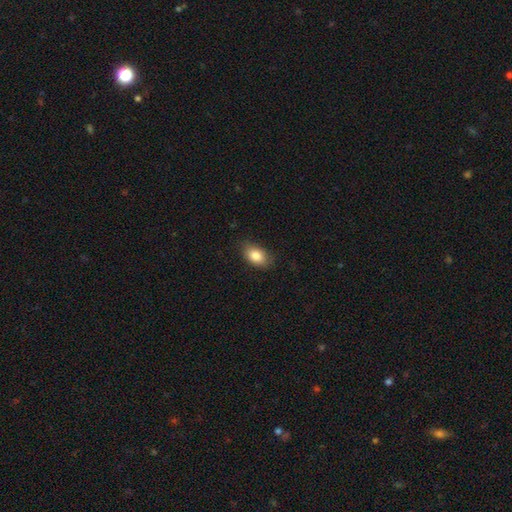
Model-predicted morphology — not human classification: smooth-or-featured: smooth: 84% | featured or disk: 8% | star or artifact: 8%
  how-rounded: in between: 88% | round: 10% | cigar-shaped: 2%
  merging: none: 83% | minor disturbance: 13% | major disturbance: 3% | merger: 1%